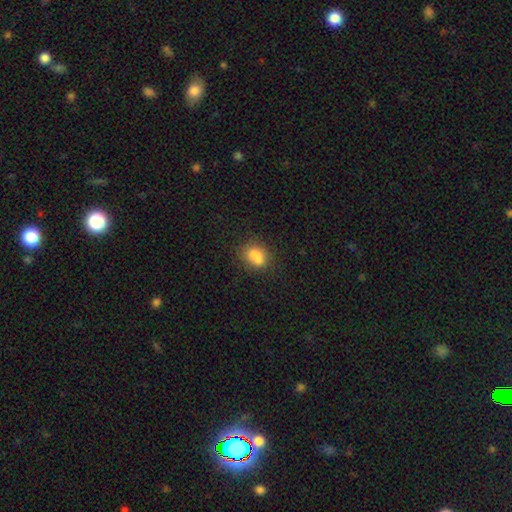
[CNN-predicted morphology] Smooth or featured? smooth (77%)
How rounded? in between (57%)
Merging? none (50%)